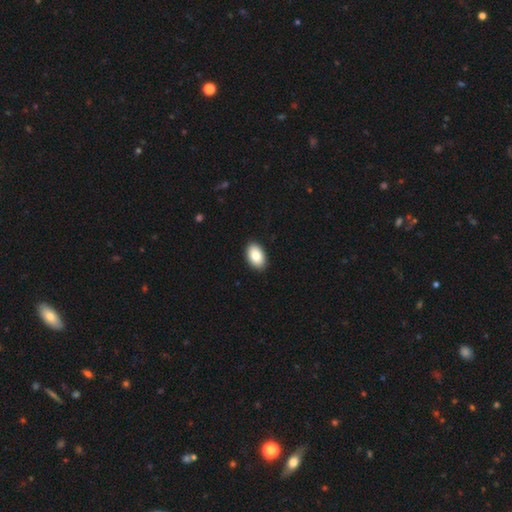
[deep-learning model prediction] Smooth or featured? smooth (85%)
How rounded? in between (93%)
Merging? none (91%)